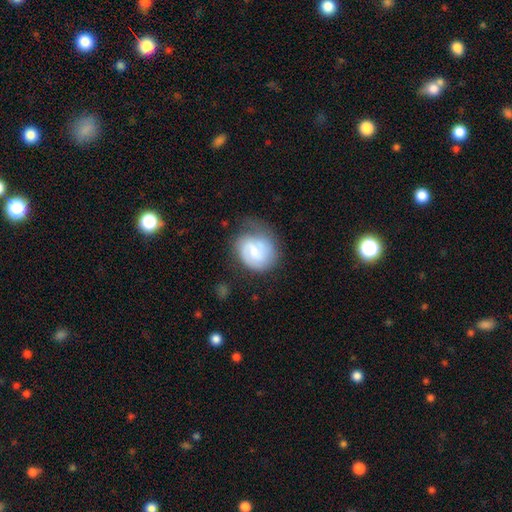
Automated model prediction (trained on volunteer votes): Smooth or featured? featured or disk (57%)
Edge-on disk? no (98%)
Bar? weak (53%)
Spiral arms? yes (86%)
Bulge size? small (51%)
Merging? none (45%)